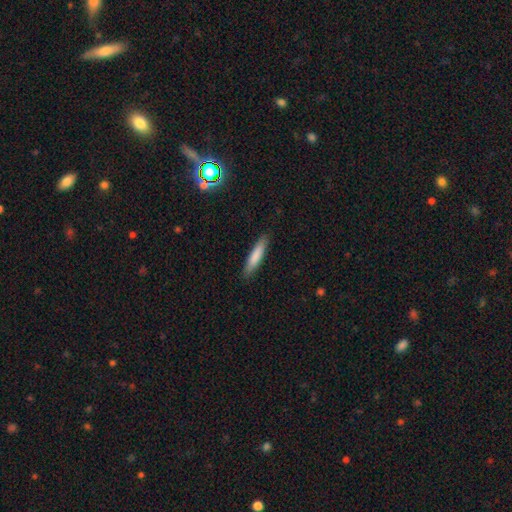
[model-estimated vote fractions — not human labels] A smooth galaxy with no disk features (82%) that is cigar-shaped (85%).

Vote fractions:
- Smooth or featured? smooth: 82% / featured or disk: 12% / star or artifact: 6%
- How rounded? cigar-shaped: 85% / in between: 14% / round: 1%
- Merging? none: 89% / minor disturbance: 9% / major disturbance: 2% / merger: 1%